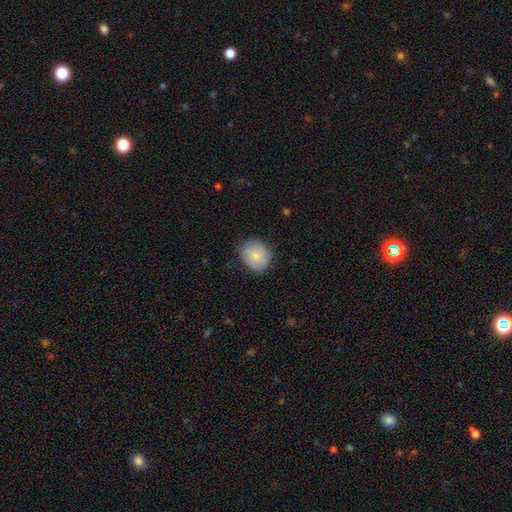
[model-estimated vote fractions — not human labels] This appears to be a smooth galaxy with no disk features (78%) that is round (77%). Merging: none (77%).